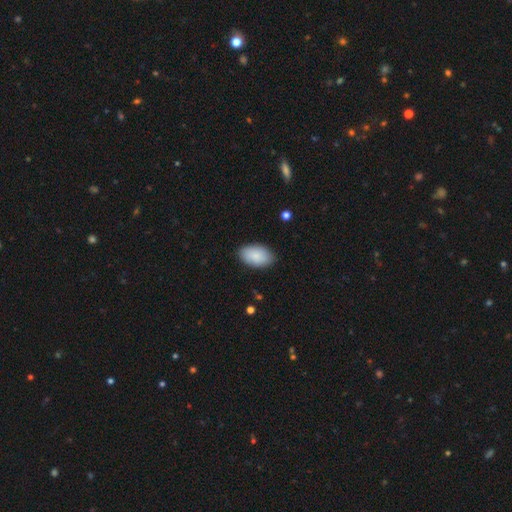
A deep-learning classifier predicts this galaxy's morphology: Overall: smooth (88%). How rounded: in between (94%). Merging: none (86%).